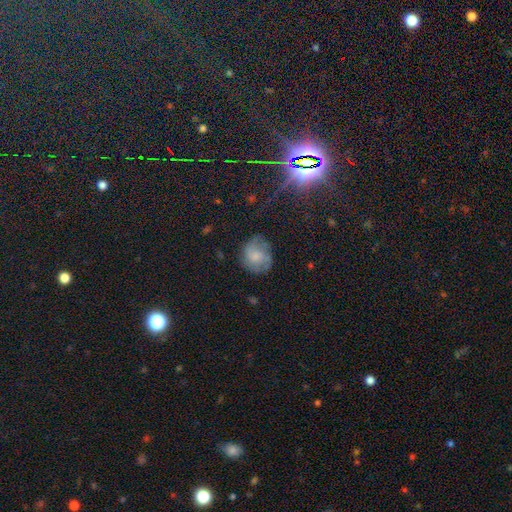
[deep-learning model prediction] The model was most divided on "smooth or featured": smooth: 51%, featured or disk: 39%, star or artifact: 10%. More confident: how rounded — round (71%); merging — none (61%).